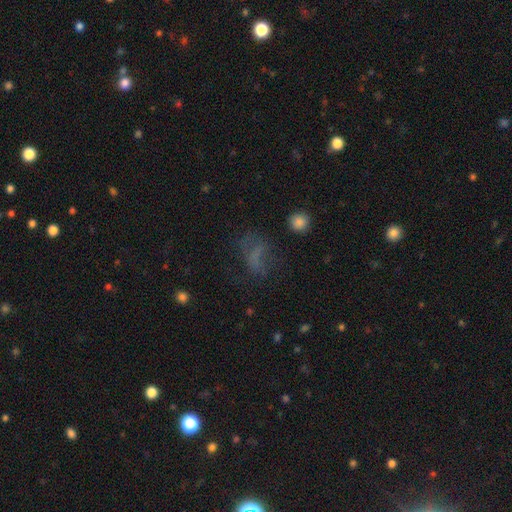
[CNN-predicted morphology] Smooth or featured: smooth — 47% (featured or disk — 27%)
Merging: none — 49% (major disturbance — 27%)